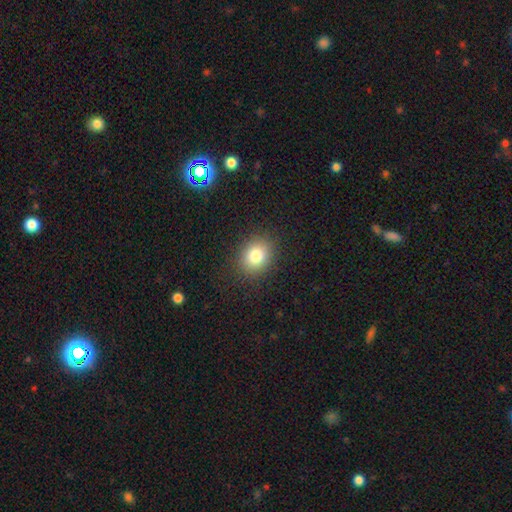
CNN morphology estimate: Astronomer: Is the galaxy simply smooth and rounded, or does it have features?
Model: smooth — 82%.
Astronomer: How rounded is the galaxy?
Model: round — 61% (runner-up: in between, 38%).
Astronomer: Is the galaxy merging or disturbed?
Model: none — 88%.